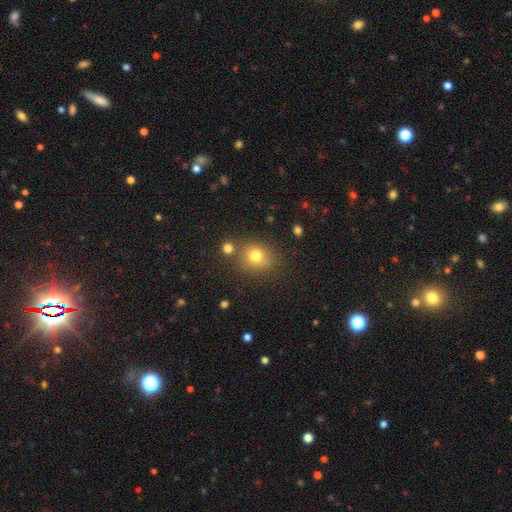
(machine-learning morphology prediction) smooth 74%, star or artifact 15%, featured or disk 11%. Down the decision tree: how rounded — round (75%); merging — none (72%).